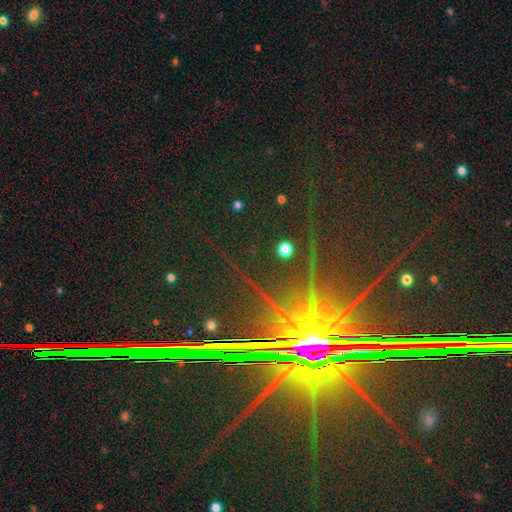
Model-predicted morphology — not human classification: A star or artifact, not a galaxy (82%).

Vote fractions:
- Smooth or featured? star or artifact: 82% / featured or disk: 12% / smooth: 6%